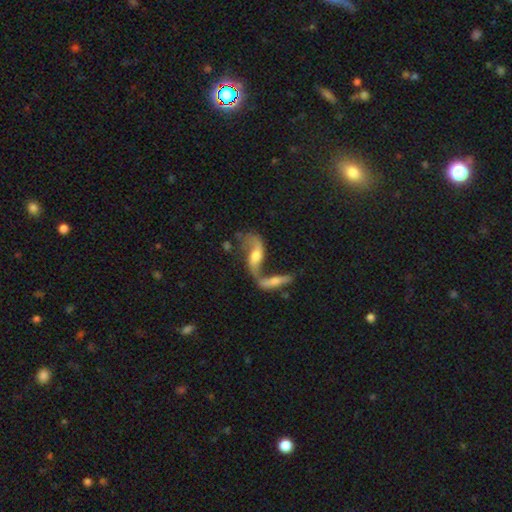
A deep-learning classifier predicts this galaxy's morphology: smooth_or_featured: featured or disk (p=0.71) [alt: smooth p=0.22]
disk_edge_on: no (p=0.84) [alt: yes p=0.16]
bar: no (p=0.50) [alt: weak p=0.36]
has_spiral_arms: yes (p=0.83) [alt: no p=0.17]
bulge_size: moderate (p=0.55) [alt: small p=0.20]
merging: merger (p=0.60) [alt: none p=0.21]